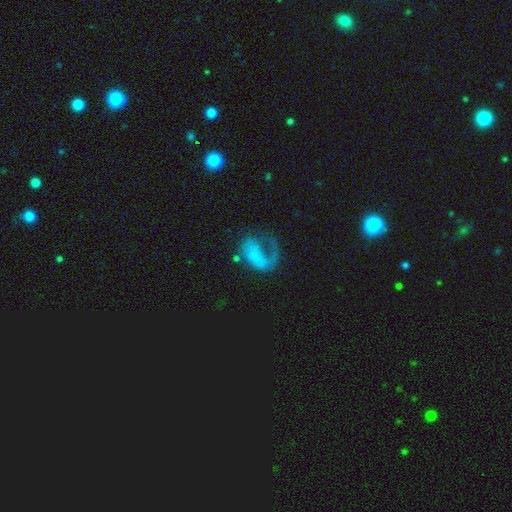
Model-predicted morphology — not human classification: A featured or disk galaxy (56%) with no bar (77%), spiral arms (66%) and no central bulge (69%). Merging: major disturbance (49%).